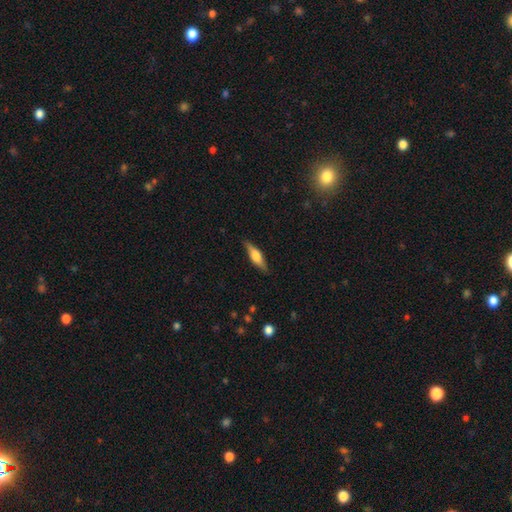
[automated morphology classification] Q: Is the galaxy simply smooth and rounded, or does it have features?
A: featured or disk — 49%.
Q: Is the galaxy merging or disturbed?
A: none — 86%.